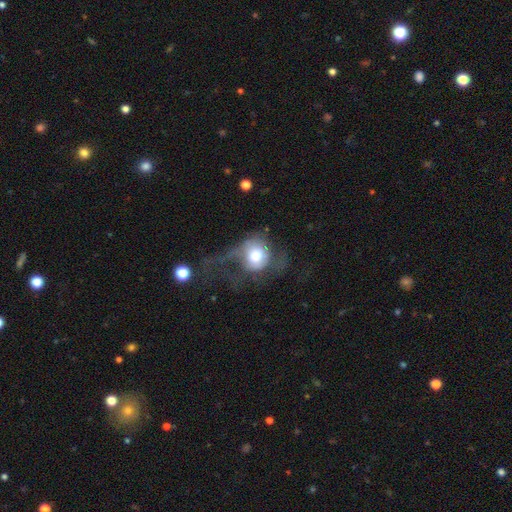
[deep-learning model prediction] The model was most divided on "smooth or featured": smooth: 54%, featured or disk: 36%, star or artifact: 9%. More confident: how rounded — round (72%); merging — major disturbance (58%).